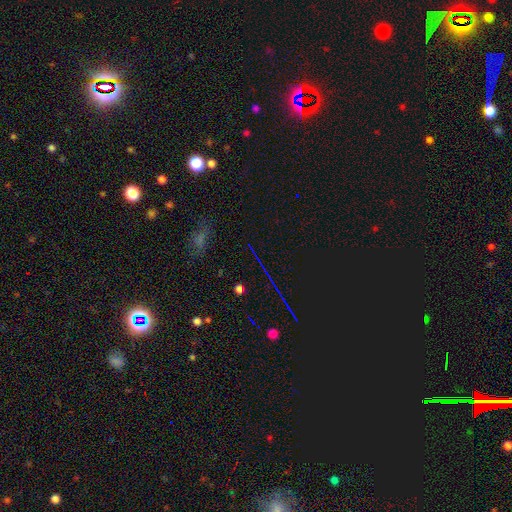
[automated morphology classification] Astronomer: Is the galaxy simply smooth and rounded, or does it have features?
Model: star or artifact — 75%.